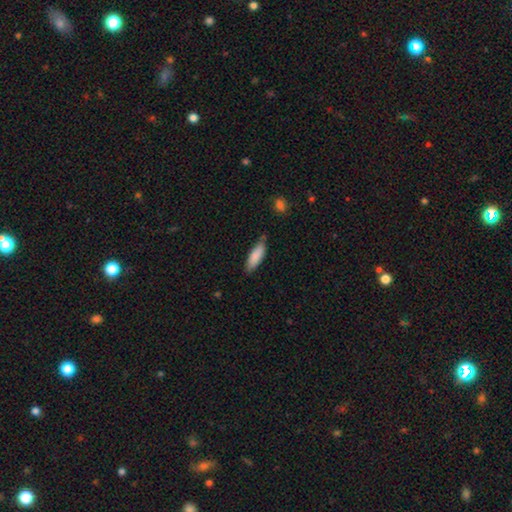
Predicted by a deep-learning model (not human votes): Smooth or featured? Predicted: smooth (p=0.87). How rounded? Predicted: in between (p=0.53). Merging? Predicted: none (p=0.76).